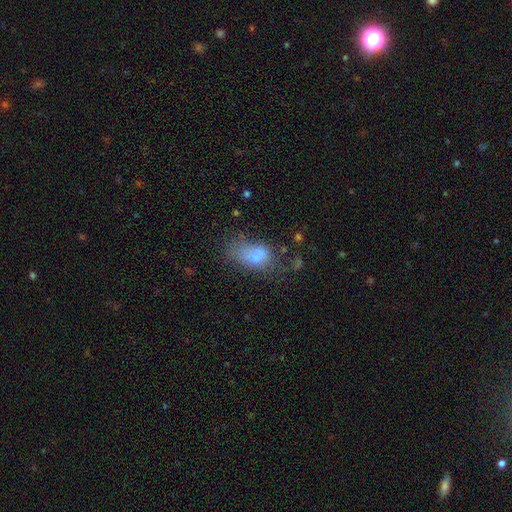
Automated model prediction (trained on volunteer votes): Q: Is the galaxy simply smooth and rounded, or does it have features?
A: smooth — 68%.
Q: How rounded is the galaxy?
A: in between — 82%.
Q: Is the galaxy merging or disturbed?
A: major disturbance — 33%.